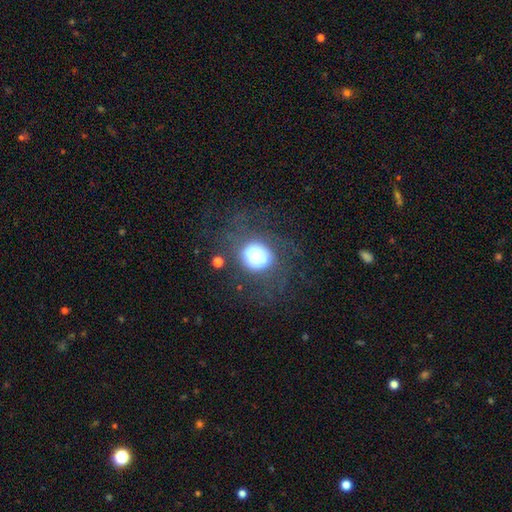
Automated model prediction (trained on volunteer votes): Smooth or featured: smooth — 59% (featured or disk — 27%)
How rounded: round — 71% (in between — 27%)
Merging: none — 51% (major disturbance — 26%)